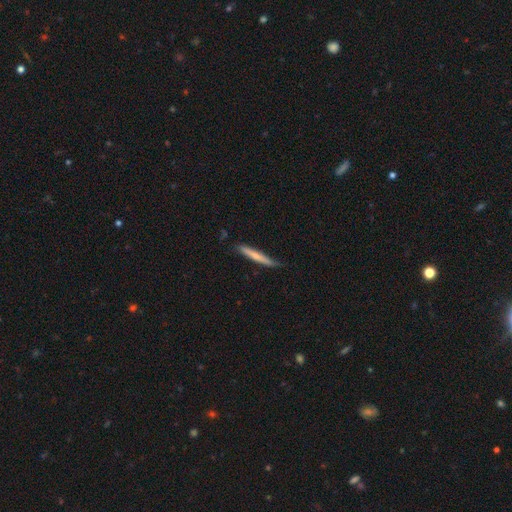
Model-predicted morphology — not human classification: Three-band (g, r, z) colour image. It shows a smooth galaxy with no disk features (64%) that is cigar-shaped (96%). Merging: none (76%).